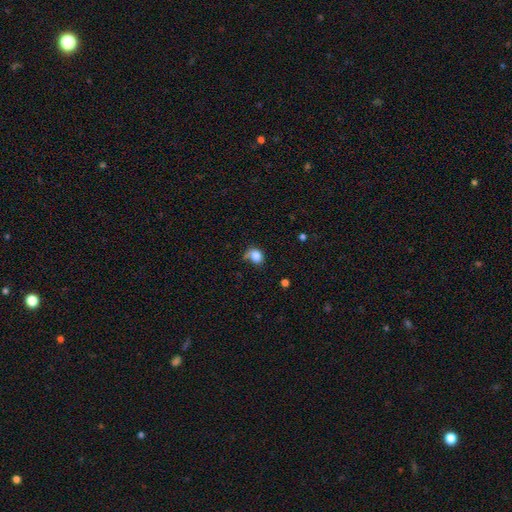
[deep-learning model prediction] A smooth galaxy with no disk features (82%) that is round (52%).

Vote fractions:
- Smooth or featured? smooth: 82% / star or artifact: 9% / featured or disk: 8%
- How rounded? round: 52% / in between: 47% / cigar-shaped: 1%
- Merging? none: 47% / minor disturbance: 31% / major disturbance: 15% / merger: 8%